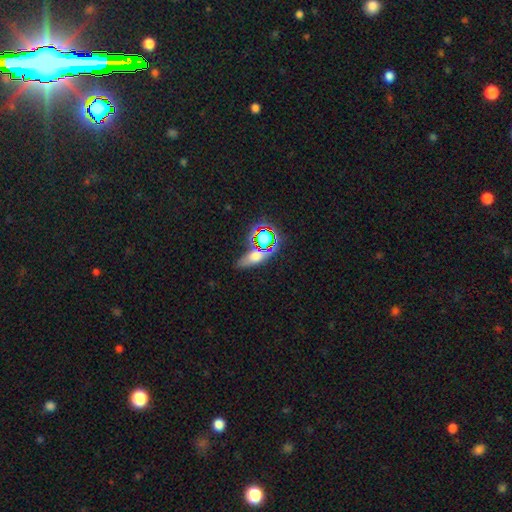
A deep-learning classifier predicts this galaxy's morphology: This appears to be a smooth galaxy with no disk features (54%) that is in between round and cigar-shaped (61%). Merging: none (70%).